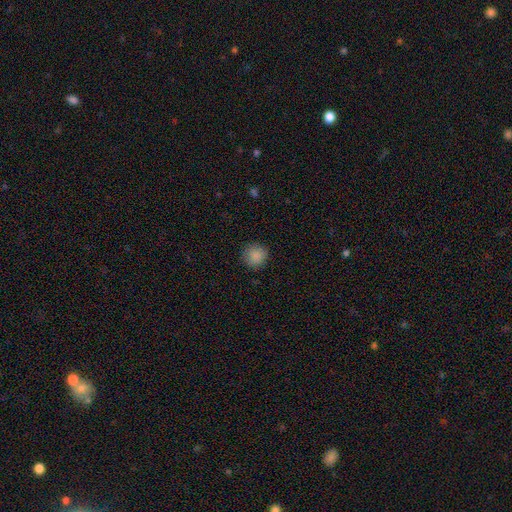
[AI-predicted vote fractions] This is clearly a smooth galaxy (88%). How rounded: clearly round (93%). Merging: clearly none (88%).